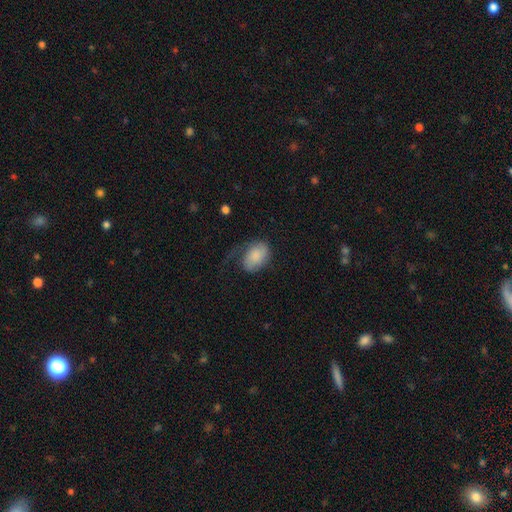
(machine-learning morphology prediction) Smooth or featured? smooth (71%)
How rounded? in between (85%)
Merging? none (36%)